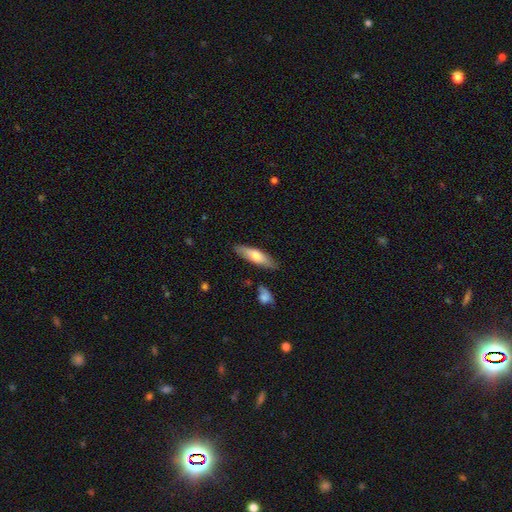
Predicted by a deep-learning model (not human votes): Smooth or featured: smooth — 65% (featured or disk — 29%)
How rounded: cigar-shaped — 57% (in between — 41%)
Merging: none — 83% (minor disturbance — 12%)